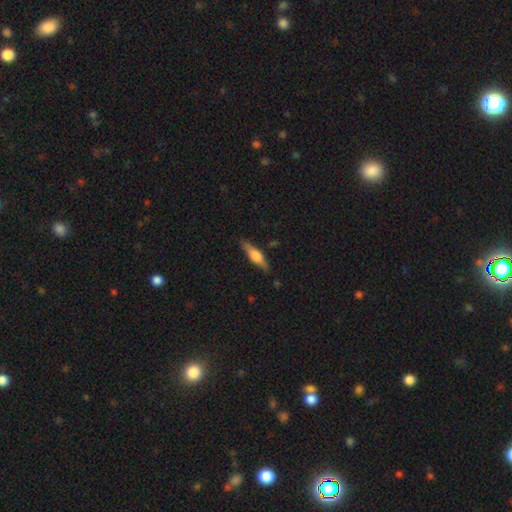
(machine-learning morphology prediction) Smooth or featured? Predicted: featured or disk (p=0.53). Edge-on disk? Predicted: yes (p=0.94). Merging? Predicted: none (p=0.85).